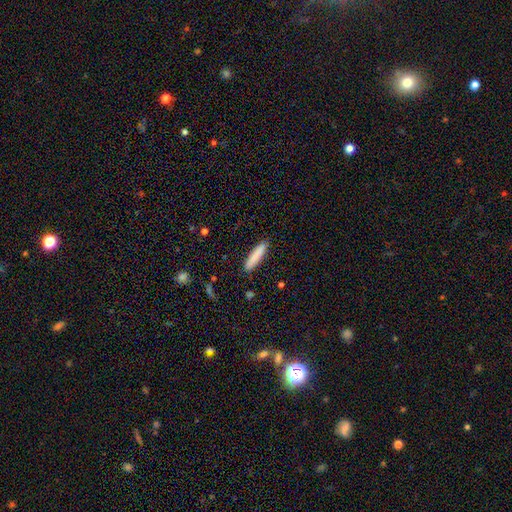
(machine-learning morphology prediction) This appears to be a smooth galaxy with no disk features (85%) that is cigar-shaped (87%). Merging: none (90%).